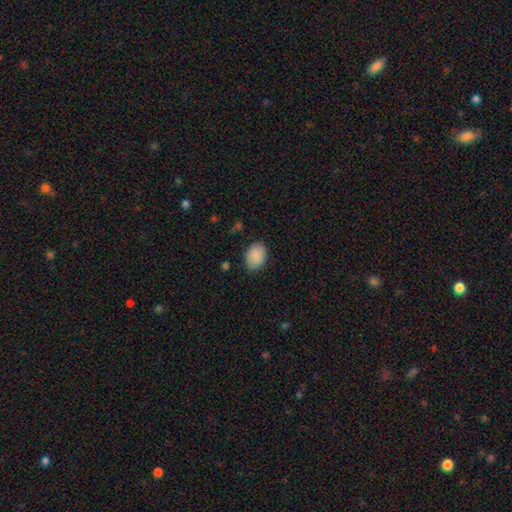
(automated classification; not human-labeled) smooth_or_featured: smooth (p=0.89) [alt: star or artifact p=0.07]
how_rounded: in between (p=0.69) [alt: round p=0.30]
merging: none (p=0.85) [alt: minor disturbance p=0.12]